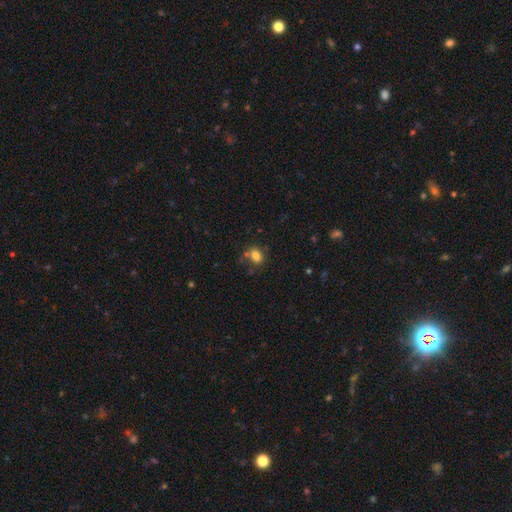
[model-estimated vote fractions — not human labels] A smooth galaxy with no disk features (80%) that is in between round and cigar-shaped (59%).

Vote fractions:
- Smooth or featured? smooth: 80% / star or artifact: 12% / featured or disk: 8%
- How rounded? in between: 59% / round: 40% / cigar-shaped: 1%
- Merging? none: 63% / minor disturbance: 18% / merger: 13% / major disturbance: 7%